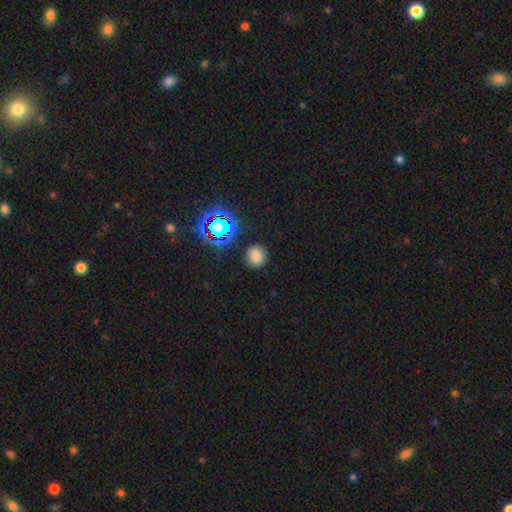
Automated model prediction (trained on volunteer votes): Morphology: type=smooth (74%); roundness=round (87%); merging=none (88%).